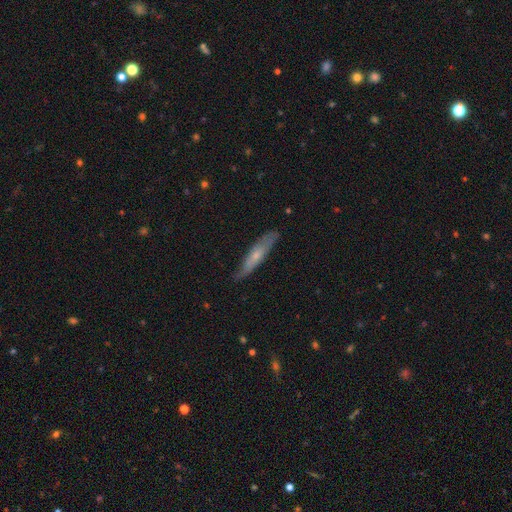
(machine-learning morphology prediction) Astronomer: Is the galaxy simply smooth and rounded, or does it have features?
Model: smooth — 48% (runner-up: featured or disk, 46%).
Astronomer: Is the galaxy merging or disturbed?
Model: none — 77%.